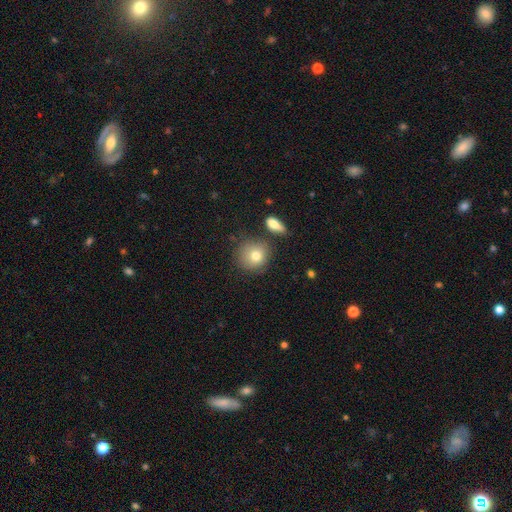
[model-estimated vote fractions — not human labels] This appears to be a smooth galaxy with no disk features (79%) that is round (85%). Merging: none (72%).